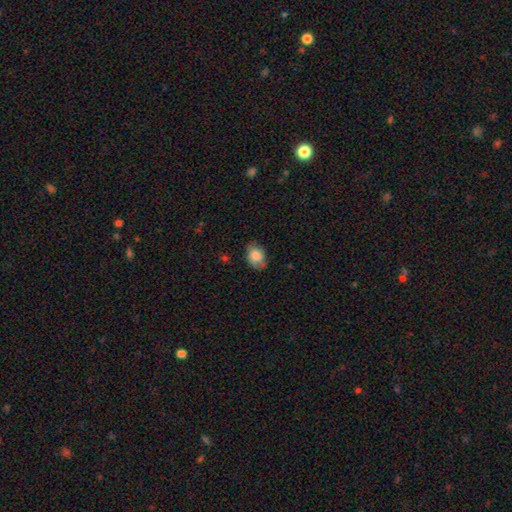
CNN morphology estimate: smooth 81%, featured or disk 11%, star or artifact 8%. Down the decision tree: how rounded — in between (70%); merging — none (68%).